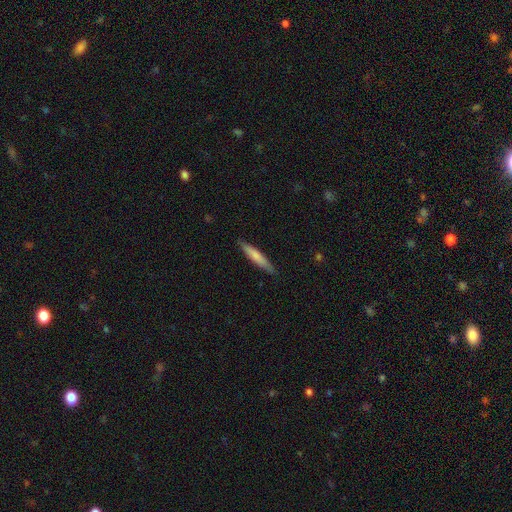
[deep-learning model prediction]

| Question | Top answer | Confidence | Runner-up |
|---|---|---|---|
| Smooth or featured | smooth | 71% | featured or disk (23%) |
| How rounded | cigar-shaped | 92% | in between (7%) |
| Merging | none | 88% | minor disturbance (9%) |